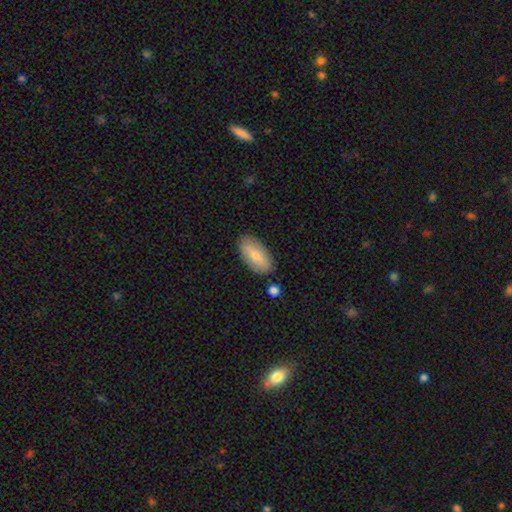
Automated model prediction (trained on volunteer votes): smooth-or-featured: smooth: 73% | featured or disk: 21% | star or artifact: 6%
  how-rounded: in between: 89% | cigar-shaped: 8% | round: 3%
  merging: none: 83% | minor disturbance: 11% | merger: 3% | major disturbance: 3%